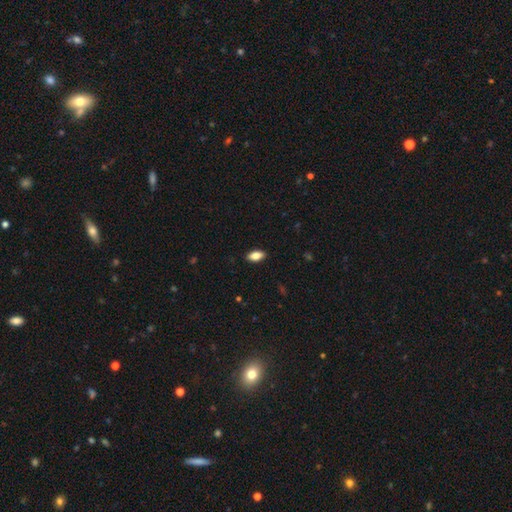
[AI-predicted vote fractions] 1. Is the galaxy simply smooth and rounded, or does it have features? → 83% smooth, 9% featured or disk, 7% star or artifact.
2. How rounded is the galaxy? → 90% in between, 7% cigar-shaped, 3% round.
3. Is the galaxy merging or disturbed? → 89% none, 8% minor disturbance, 2% major disturbance, 1% merger.